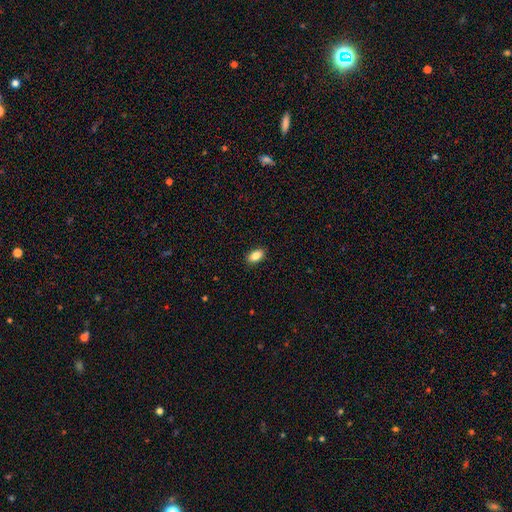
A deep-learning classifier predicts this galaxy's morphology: This is clearly a smooth galaxy (86%). How rounded: clearly in between (91%). Merging: clearly none (89%).